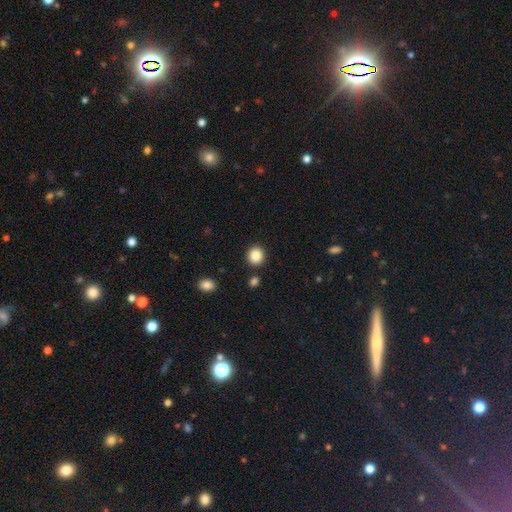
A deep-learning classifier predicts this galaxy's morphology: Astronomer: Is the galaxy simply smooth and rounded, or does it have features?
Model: smooth — 88%.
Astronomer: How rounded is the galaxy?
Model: round — 86%.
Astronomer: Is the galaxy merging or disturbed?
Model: none — 87%.